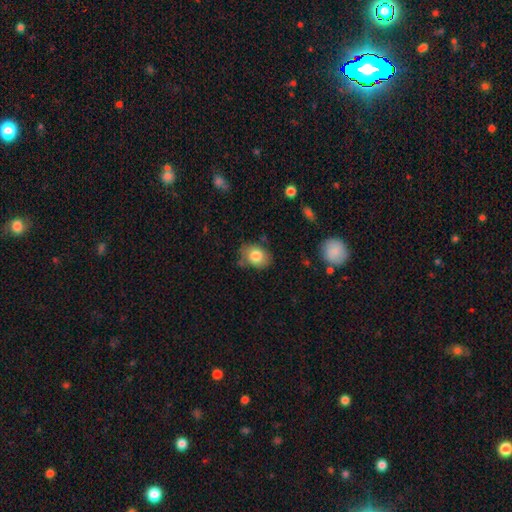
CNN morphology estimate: A smooth galaxy with no disk features (80%) that is in between round and cigar-shaped (63%).

Vote fractions:
- Smooth or featured? smooth: 80% / featured or disk: 12% / star or artifact: 8%
- How rounded? in between: 63% / round: 36% / cigar-shaped: 1%
- Merging? none: 67% / minor disturbance: 24% / major disturbance: 6% / merger: 3%